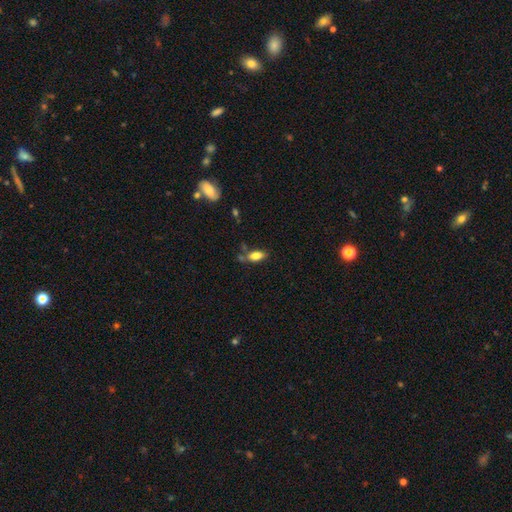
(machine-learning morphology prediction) Smooth or featured: smooth — 80% (featured or disk — 12%)
How rounded: in between — 84% (cigar-shaped — 13%)
Merging: none — 58% (minor disturbance — 21%)